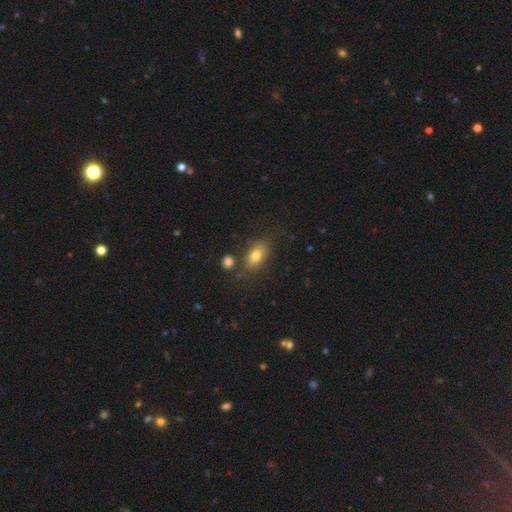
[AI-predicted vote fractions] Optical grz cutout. It shows a smooth galaxy with no disk features (76%) that is in between round and cigar-shaped (85%). Merging: none (76%).